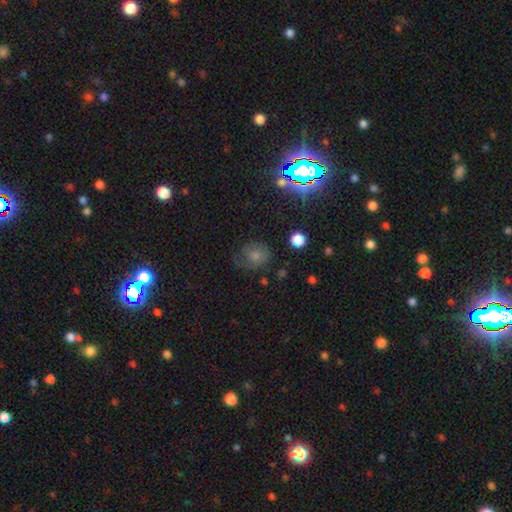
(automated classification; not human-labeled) This appears to be a smooth galaxy with no disk features (68%) that is round (58%). Merging: none (53%).